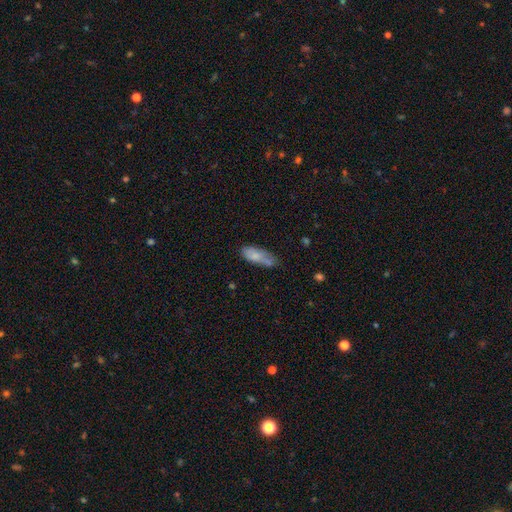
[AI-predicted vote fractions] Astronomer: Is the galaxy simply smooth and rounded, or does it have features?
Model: smooth — 72%.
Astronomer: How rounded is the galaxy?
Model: in between — 73%.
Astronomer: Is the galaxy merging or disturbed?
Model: none — 47% (runner-up: minor disturbance, 33%).